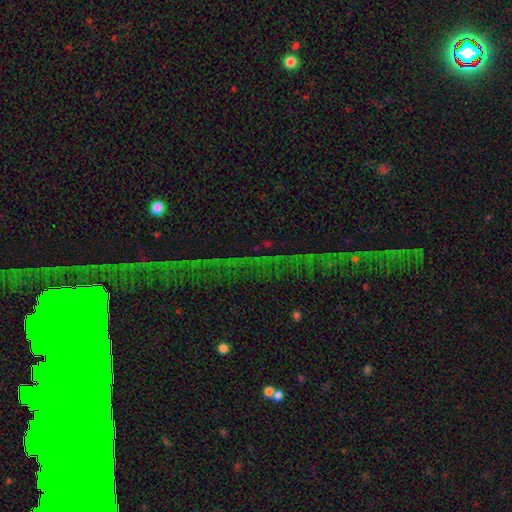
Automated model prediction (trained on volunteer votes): Smooth or featured? Predicted: star or artifact (p=0.74).